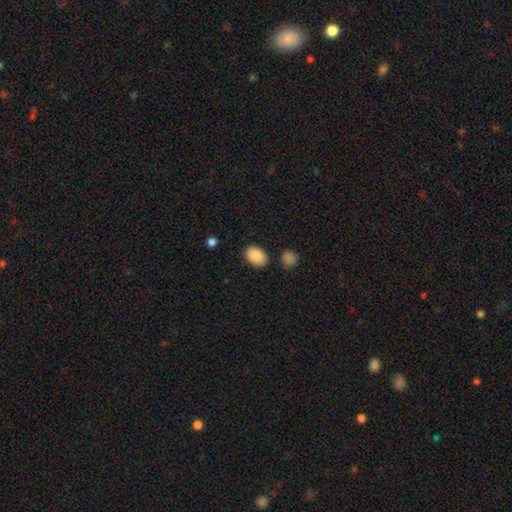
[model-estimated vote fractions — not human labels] This appears to be a smooth galaxy with no disk features (89%) that is in between round and cigar-shaped (85%). Merging: none (82%).